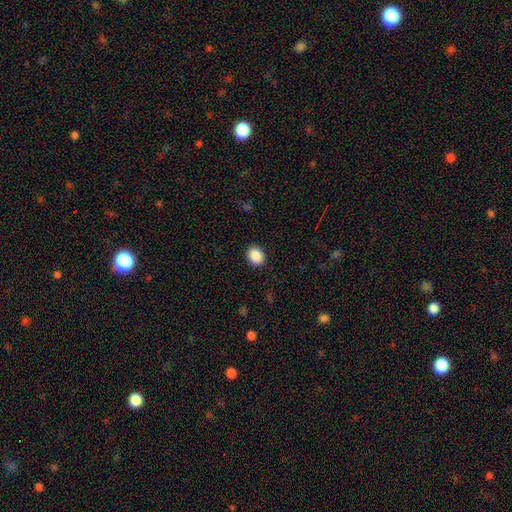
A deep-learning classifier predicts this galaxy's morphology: This appears to be a smooth galaxy with no disk features (89%) that is round (55%). Merging: none (90%).